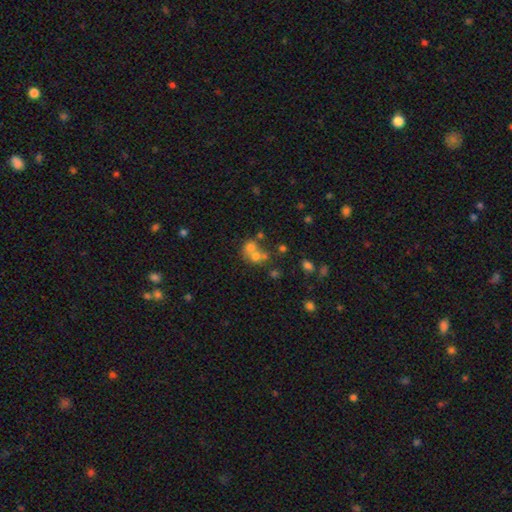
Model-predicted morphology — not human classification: A smooth galaxy with no disk features (61%) that is round (74%).

Vote fractions:
- Smooth or featured? smooth: 61% / featured or disk: 22% / star or artifact: 17%
- How rounded? round: 74% / in between: 25% / cigar-shaped: 1%
- Merging? merger: 58% / none: 32% / minor disturbance: 6% / major disturbance: 4%